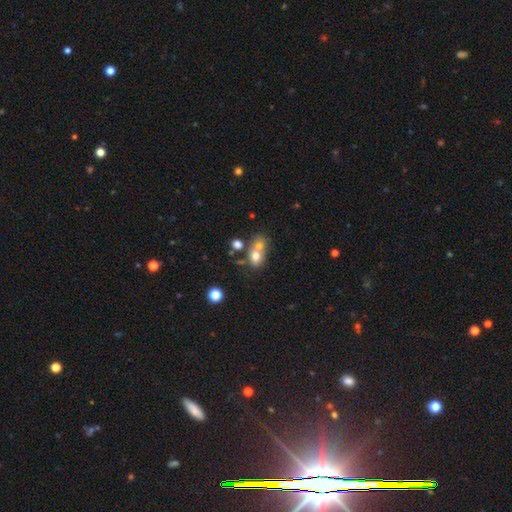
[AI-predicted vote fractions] Morphology: type=smooth (70%); roundness=in between (55%); merging=merger (58%).